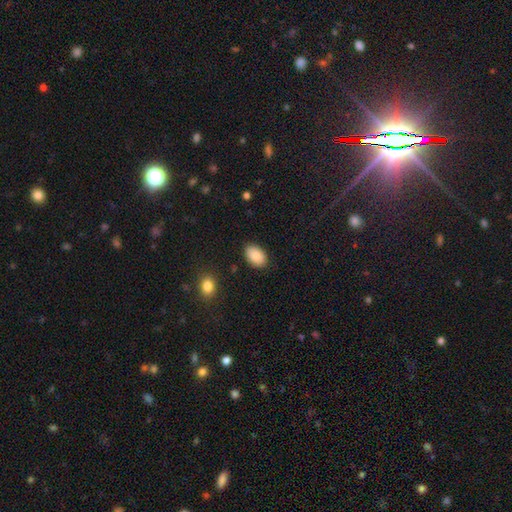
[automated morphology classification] Smooth or featured? Predicted: smooth (p=0.88). How rounded? Predicted: in between (p=0.90). Merging? Predicted: none (p=0.86).